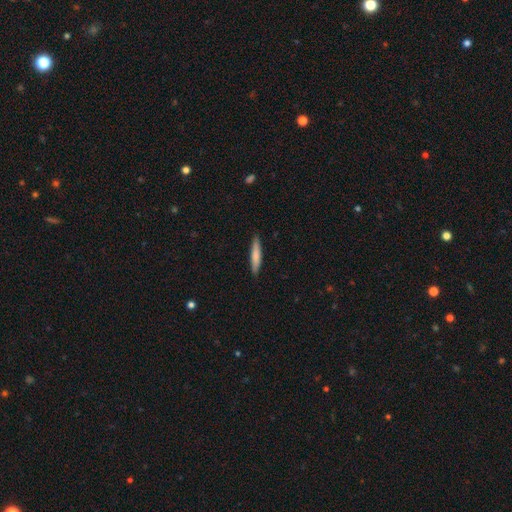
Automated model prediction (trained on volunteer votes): This is likely a smooth galaxy (77%). How rounded: clearly cigar-shaped (90%). Merging: clearly none (89%).